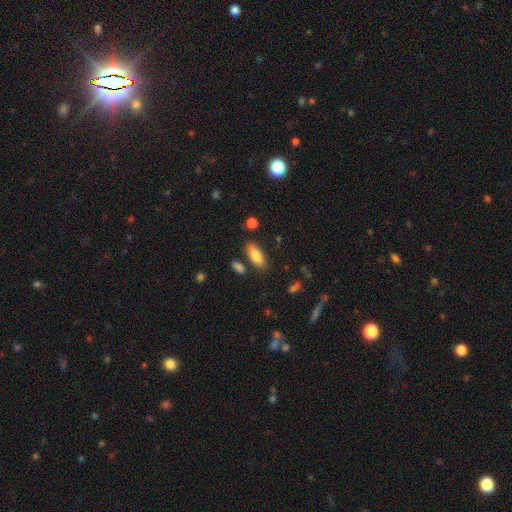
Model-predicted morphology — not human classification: This appears to be a smooth galaxy with no disk features (84%) that is in between round and cigar-shaped (77%). Merging: none (81%).